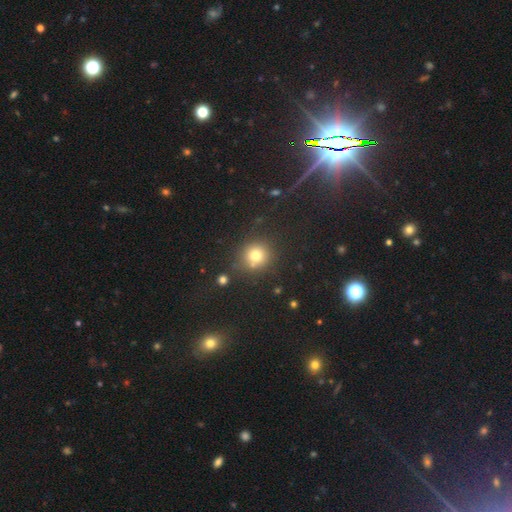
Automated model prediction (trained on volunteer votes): A smooth galaxy with no disk features (75%) that is round (89%). Merging: none (75%).